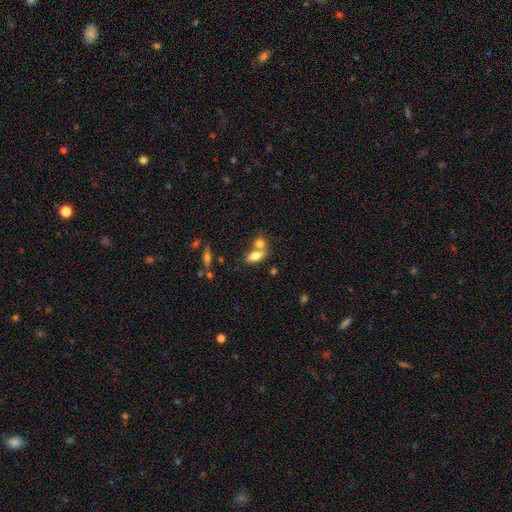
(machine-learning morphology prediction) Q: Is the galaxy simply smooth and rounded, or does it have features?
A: smooth — 76%.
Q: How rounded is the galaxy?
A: in between — 83%.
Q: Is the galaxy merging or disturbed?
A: none — 43%, tied with merger.